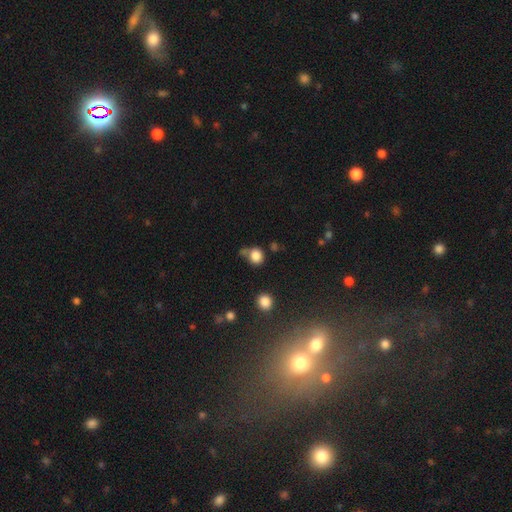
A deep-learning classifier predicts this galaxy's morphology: Smooth or featured: smooth — 83% (star or artifact — 11%)
How rounded: round — 77% (in between — 22%)
Merging: none — 61% (minor disturbance — 18%)